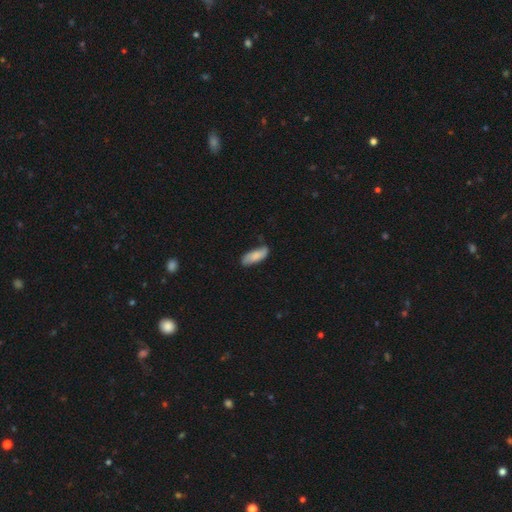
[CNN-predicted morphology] This appears to be a smooth galaxy with no disk features (73%) that is in between round and cigar-shaped (76%). Merging: none (69%).